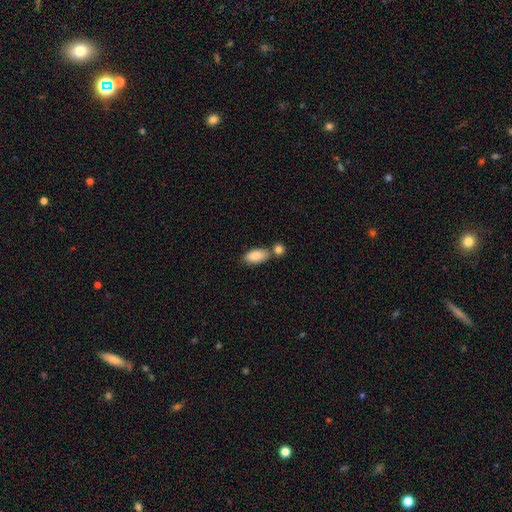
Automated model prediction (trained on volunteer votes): Smooth or featured? smooth (86%)
How rounded? in between (91%)
Merging? none (58%)